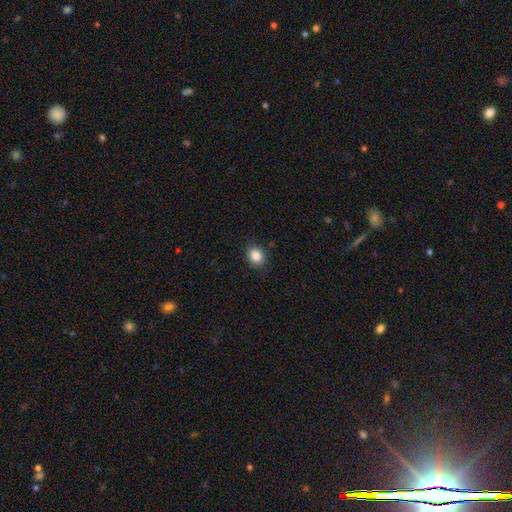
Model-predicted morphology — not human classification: type=smooth (86%); roundness=round (58%); merging=none (86%).